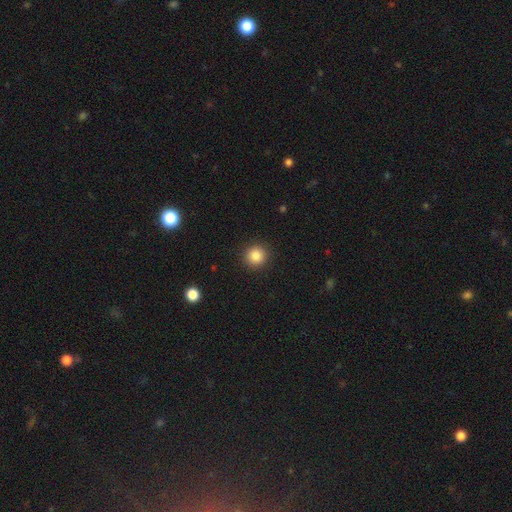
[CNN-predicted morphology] Smooth or featured? smooth (85%)
How rounded? round (92%)
Merging? none (91%)